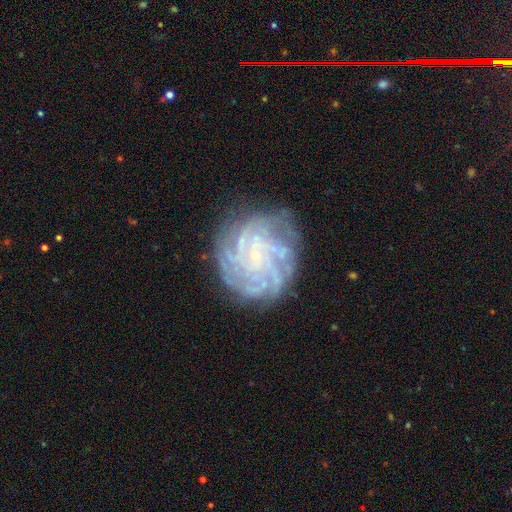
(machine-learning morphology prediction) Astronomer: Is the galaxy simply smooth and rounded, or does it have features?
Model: featured or disk — 84%.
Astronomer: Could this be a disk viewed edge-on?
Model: no — 98%.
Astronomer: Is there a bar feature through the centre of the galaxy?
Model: no — 74%.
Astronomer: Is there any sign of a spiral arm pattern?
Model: yes — 96%.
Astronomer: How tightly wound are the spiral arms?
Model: tight — 73%.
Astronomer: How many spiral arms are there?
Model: more than 4 — 37% (runner-up: 4, 22%).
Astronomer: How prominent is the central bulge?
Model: small — 88%.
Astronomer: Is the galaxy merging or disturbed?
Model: none — 76%.